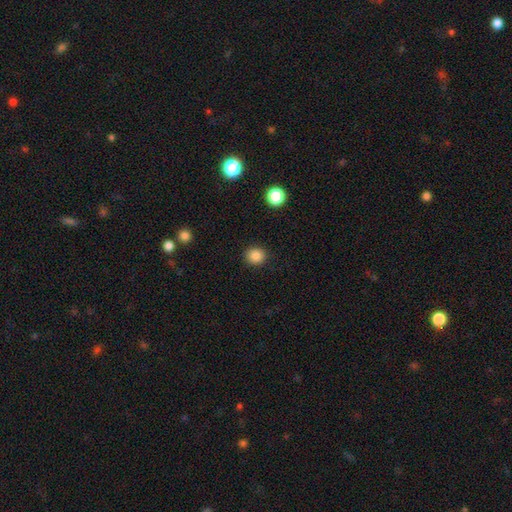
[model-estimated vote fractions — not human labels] Smooth or featured? Predicted: smooth (p=0.86). How rounded? Predicted: round (p=0.89). Merging? Predicted: none (p=0.91).